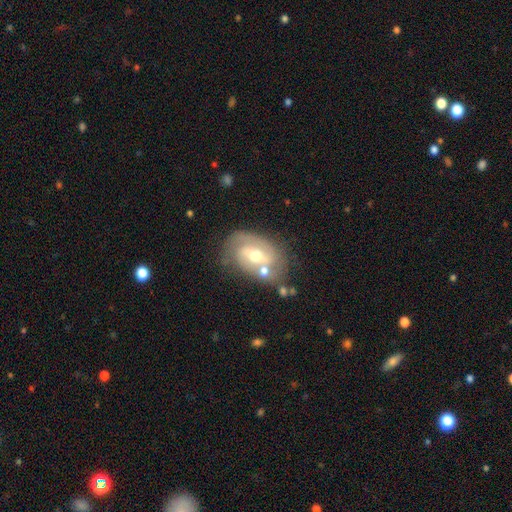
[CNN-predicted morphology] This appears to be a featured or disk galaxy (77%) with a weak bar (46%), 2 (70%) medium (44%) spiral arms (85%) and a moderate central bulge (72%). Merging: none (59%).